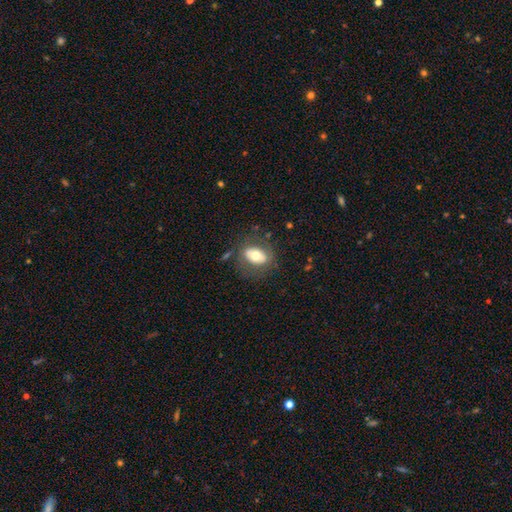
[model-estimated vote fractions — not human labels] Overall: smooth (60%; featured or disk 32%). How rounded: in between (74%). Merging: none (70%).